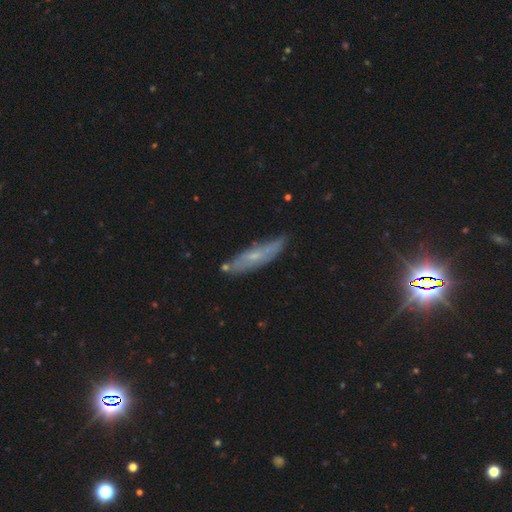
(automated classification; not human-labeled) Smooth or featured: featured or disk — 50% (smooth — 40%)
Merging: none — 74% (minor disturbance — 19%)